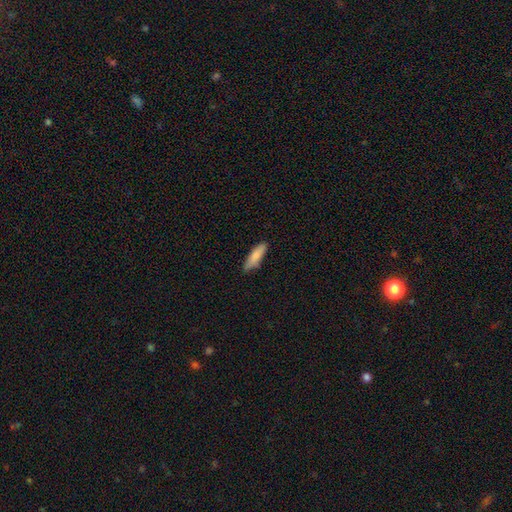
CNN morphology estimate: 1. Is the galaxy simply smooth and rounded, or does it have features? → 83% smooth, 11% featured or disk, 6% star or artifact.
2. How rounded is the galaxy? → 60% cigar-shaped, 39% in between, 2% round.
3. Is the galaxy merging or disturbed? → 80% none, 17% minor disturbance, 2% major disturbance, 1% merger.